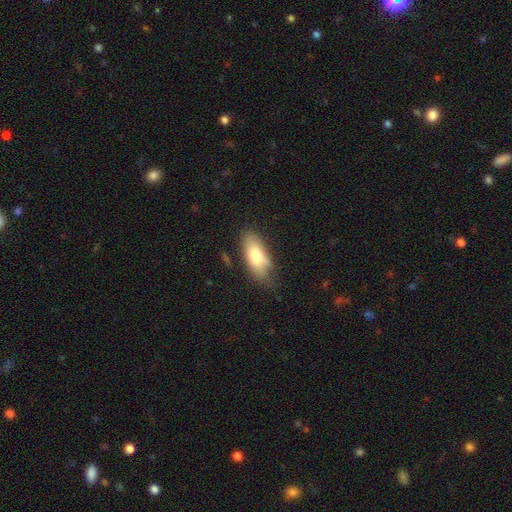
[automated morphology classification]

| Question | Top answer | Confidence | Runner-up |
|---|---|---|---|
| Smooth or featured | smooth | 75% | featured or disk (18%) |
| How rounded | in between | 82% | cigar-shaped (15%) |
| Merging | none | 64% | minor disturbance (27%) |